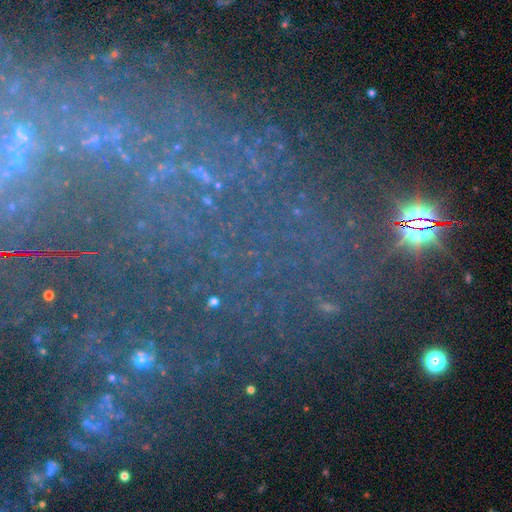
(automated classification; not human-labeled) smooth-or-featured: star or artifact: 66% | featured or disk: 17% | smooth: 17%